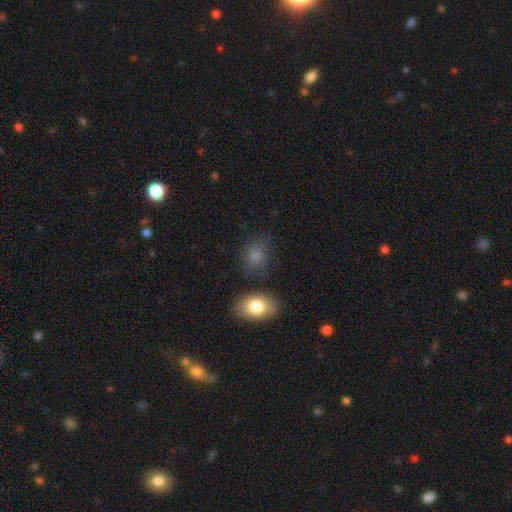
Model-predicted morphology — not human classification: The model was most divided on "how rounded": in between: 53%, round: 46%, cigar-shaped: 1%. More confident: smooth or featured — smooth (81%); merging — none (63%).